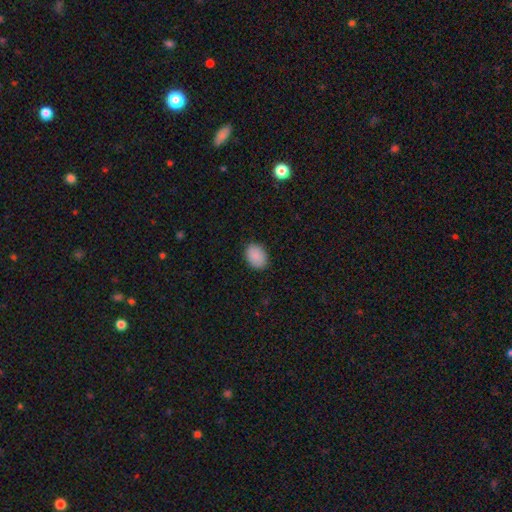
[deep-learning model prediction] Smooth or featured? smooth (90%)
How rounded? in between (76%)
Merging? none (88%)